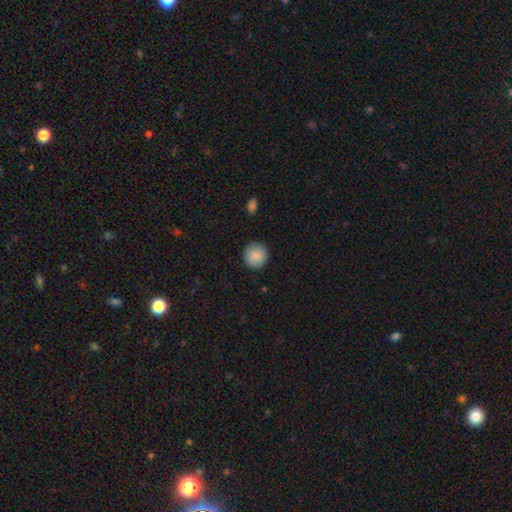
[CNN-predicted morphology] Smooth or featured? Predicted: smooth (p=0.88). How rounded? Predicted: round (p=0.94). Merging? Predicted: none (p=0.90).